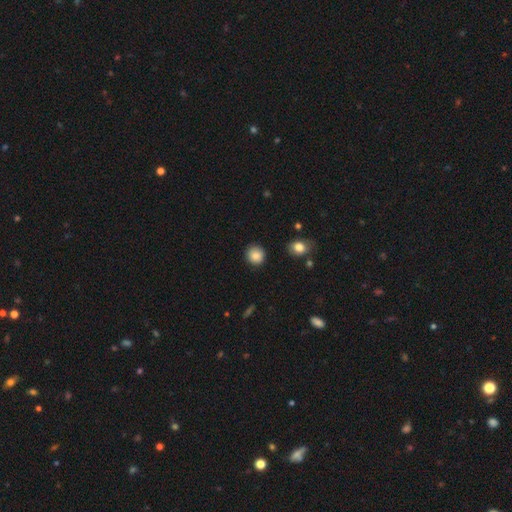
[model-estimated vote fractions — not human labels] A smooth galaxy with no disk features (86%) that is round (91%).

Vote fractions:
- Smooth or featured? smooth: 86% / star or artifact: 9% / featured or disk: 5%
- How rounded? round: 91% / in between: 8% / cigar-shaped: 1%
- Merging? none: 89% / minor disturbance: 7% / major disturbance: 2% / merger: 2%